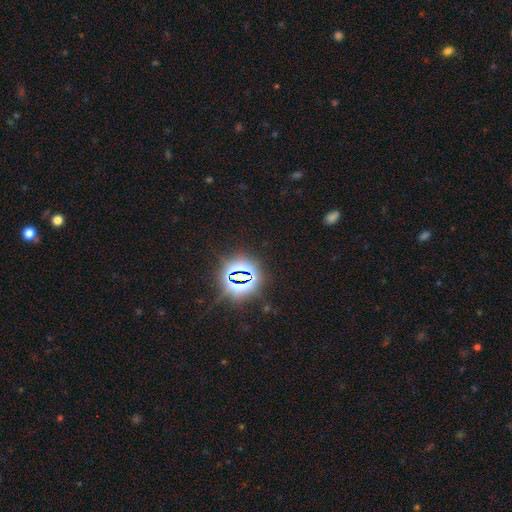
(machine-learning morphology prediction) star or artifact 81%, smooth 12%, featured or disk 7%.